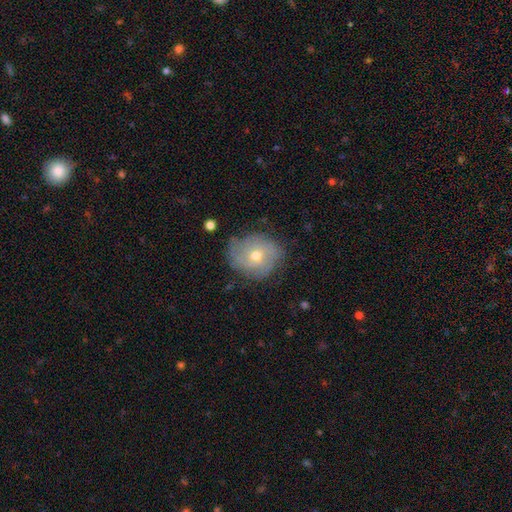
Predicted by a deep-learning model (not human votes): The model was most divided on "bulge size": moderate: 57%, small: 40%, large: 2%, none: 1%, dominant: 1%. More confident: edge-on disk — no (96%); spiral arms — yes (79%); bar — no (78%); merging — none (73%); smooth or featured — featured or disk (59%).